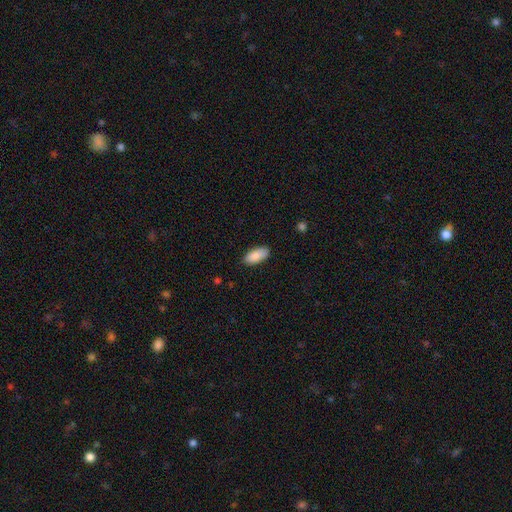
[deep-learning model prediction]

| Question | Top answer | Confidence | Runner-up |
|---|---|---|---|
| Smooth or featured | smooth | 89% | star or artifact (6%) |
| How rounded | in between | 89% | cigar-shaped (9%) |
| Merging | none | 85% | minor disturbance (12%) |